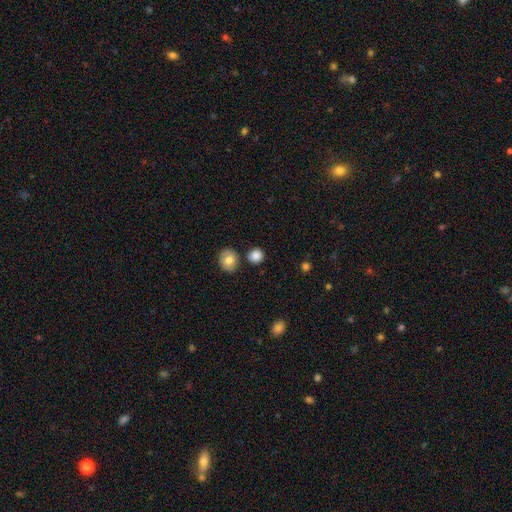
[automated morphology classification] Smooth or featured: smooth — 85% (star or artifact — 9%)
How rounded: round — 88% (in between — 11%)
Merging: none — 81% (minor disturbance — 9%)